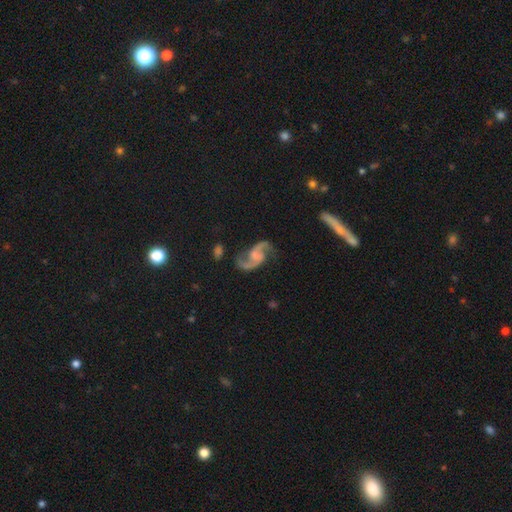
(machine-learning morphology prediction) Overall: featured or disk (91%). Edge-on disk: no (98%). Bar: no (50%; weak 40%). Spiral arms: yes (97%). Spiral arm count: 2 (94%). Spiral winding: loose (59%; medium 35%). Bulge size: none (46%; small 26%). Merging: none (71%).